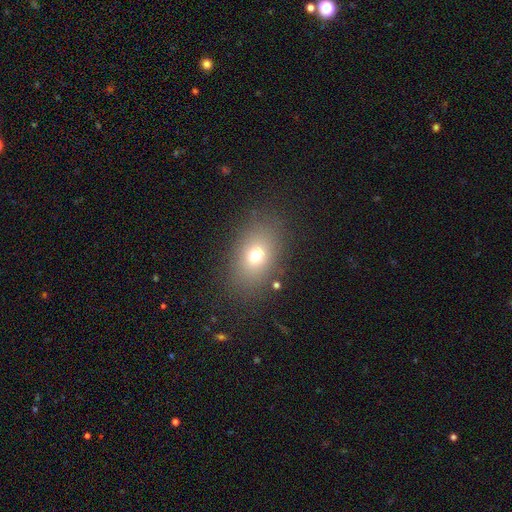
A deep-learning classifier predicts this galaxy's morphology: smooth 71%, star or artifact 15%, featured or disk 14%. Down the decision tree: how rounded — in between (74%); merging — none (82%).